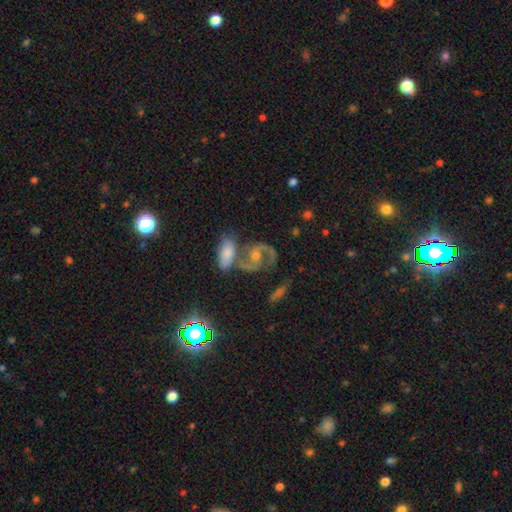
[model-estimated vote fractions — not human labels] smooth-or-featured: featured or disk: 75% | star or artifact: 13% | smooth: 12%
  disk-edge-on: no: 96% | yes: 4%
    bar: no: 51% | weak: 34% | strong: 15%
    has-spiral-arms: yes: 93% | no: 7%
      spiral-winding: medium: 57% | loose: 23% | tight: 20%
      spiral-arm-count: 2: 87% | 1: 5% | can't tell: 4% | 3: 2% | 4: 1% | more than 4: 1%
    bulge-size: moderate: 52% | small: 33% | large: 7% | none: 6% | dominant: 2%
  merging: none: 41% | merger: 36% | minor disturbance: 13% | major disturbance: 9%